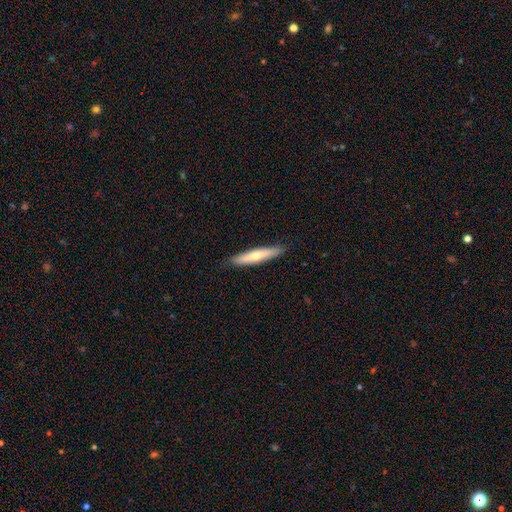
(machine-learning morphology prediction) Smooth or featured?
  - smooth: 58% *
  - featured or disk: 37%
  - star or artifact: 5%
How rounded?
  - cigar-shaped: 89% *
  - in between: 9%
  - round: 1%
Merging?
  - none: 89% *
  - minor disturbance: 9%
  - major disturbance: 2%
  - merger: 1%